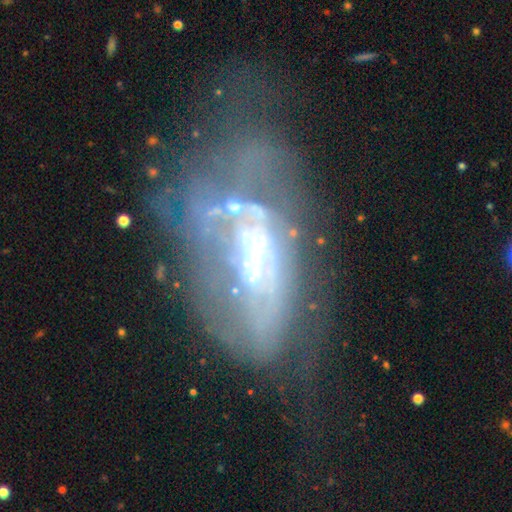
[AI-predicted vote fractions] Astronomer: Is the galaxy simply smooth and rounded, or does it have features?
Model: featured or disk — 70%.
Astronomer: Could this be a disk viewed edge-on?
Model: no — 89%.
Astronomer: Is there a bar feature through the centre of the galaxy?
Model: no — 61%.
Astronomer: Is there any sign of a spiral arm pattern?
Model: no — 56% (runner-up: yes, 44%).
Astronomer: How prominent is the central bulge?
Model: moderate — 61%.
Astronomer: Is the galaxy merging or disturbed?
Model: major disturbance — 43% (runner-up: none, 28%).